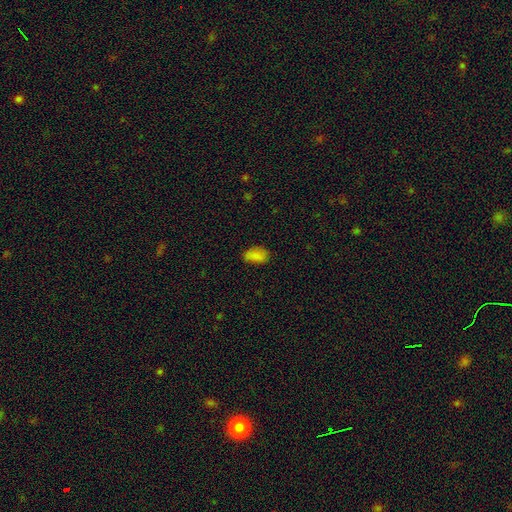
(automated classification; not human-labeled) Smooth or featured?
  - smooth: 83% *
  - star or artifact: 12%
  - featured or disk: 5%
How rounded?
  - in between: 91% *
  - round: 7%
  - cigar-shaped: 2%
Merging?
  - none: 72% *
  - minor disturbance: 22%
  - major disturbance: 5%
  - merger: 2%